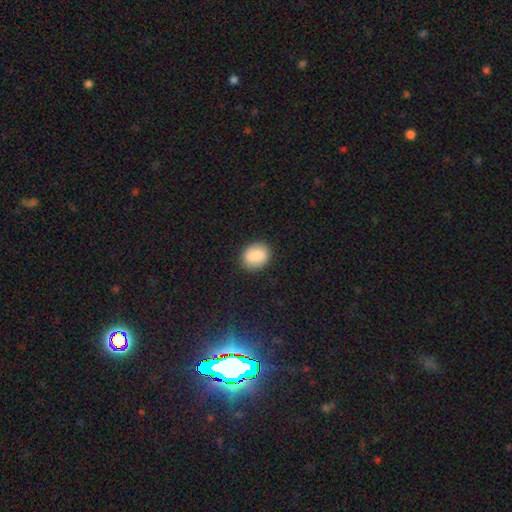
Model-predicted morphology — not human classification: type=smooth (84%); roundness=in between (50%); merging=none (87%).